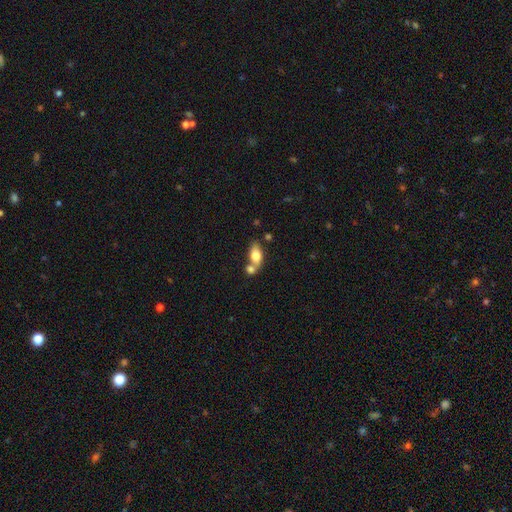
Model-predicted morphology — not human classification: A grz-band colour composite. It shows a smooth galaxy with no disk features (75%) that is in between round and cigar-shaped (83%). Merging: merger (43%).